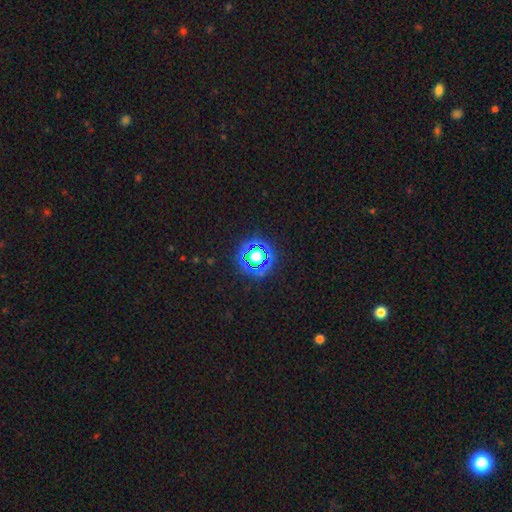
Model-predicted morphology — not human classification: Smooth or featured? star or artifact (56%)